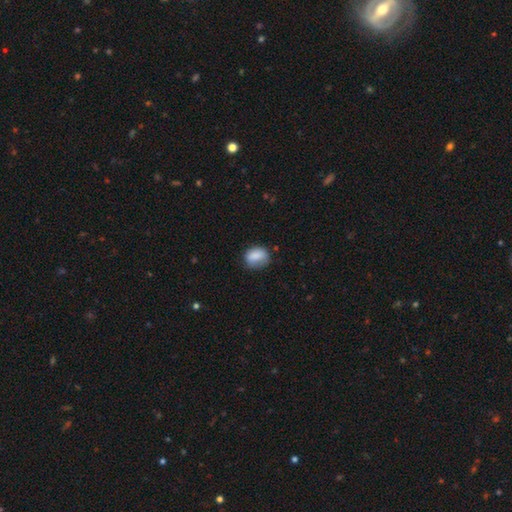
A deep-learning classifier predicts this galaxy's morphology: Q: Smooth or featured?
A: smooth (83%); runner-up: featured or disk (9%)
Q: How rounded?
A: in between (53%); runner-up: round (45%)
Q: Merging?
A: none (63%); runner-up: minor disturbance (27%)